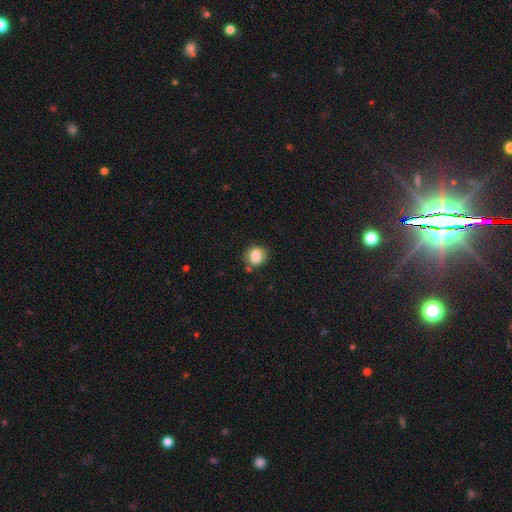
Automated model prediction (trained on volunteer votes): Morphology: type=smooth (79%); roundness=round (66%); merging=none (72%).